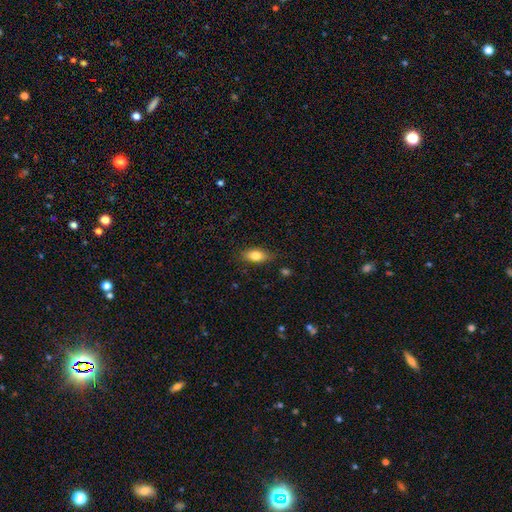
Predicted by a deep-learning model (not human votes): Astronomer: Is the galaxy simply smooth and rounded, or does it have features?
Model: smooth — 81%.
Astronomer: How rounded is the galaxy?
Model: in between — 85%.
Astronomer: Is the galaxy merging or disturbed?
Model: none — 80%.